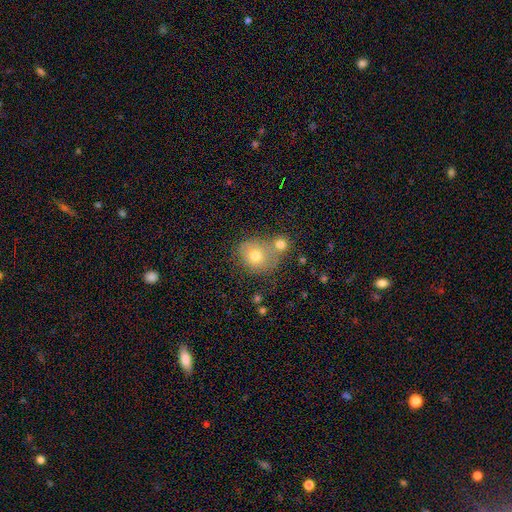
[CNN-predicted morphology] This appears to be a smooth galaxy with no disk features (72%) that is round (70%). Merging: none (46%).